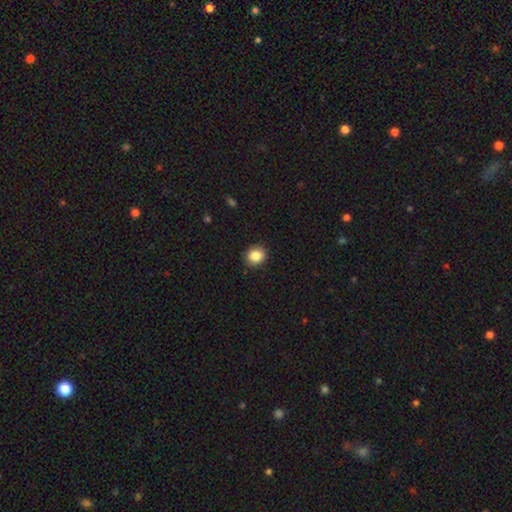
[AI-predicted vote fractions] Smooth or featured: smooth — 87% (star or artifact — 9%)
How rounded: round — 73% (in between — 26%)
Merging: none — 88% (minor disturbance — 9%)